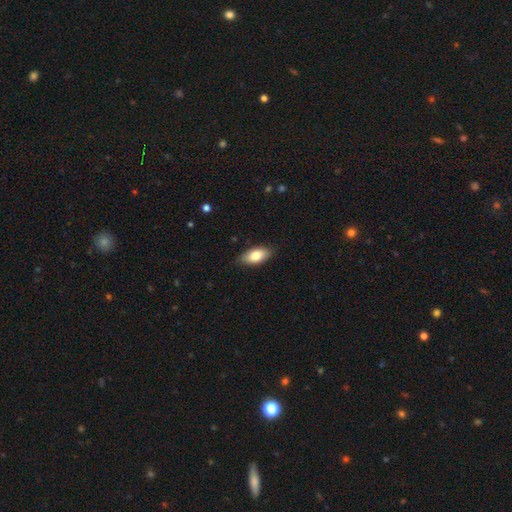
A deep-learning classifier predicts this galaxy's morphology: Smooth or featured: smooth — 80% (featured or disk — 14%)
How rounded: in between — 89% (cigar-shaped — 8%)
Merging: none — 84% (minor disturbance — 13%)